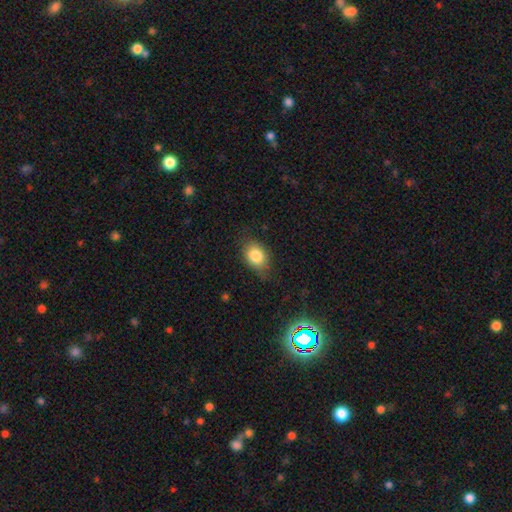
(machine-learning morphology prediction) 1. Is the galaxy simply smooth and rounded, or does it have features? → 82% smooth, 10% featured or disk, 9% star or artifact.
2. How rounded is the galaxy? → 73% in between, 26% round, 2% cigar-shaped.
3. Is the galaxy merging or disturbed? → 69% none, 24% minor disturbance, 6% major disturbance, 1% merger.